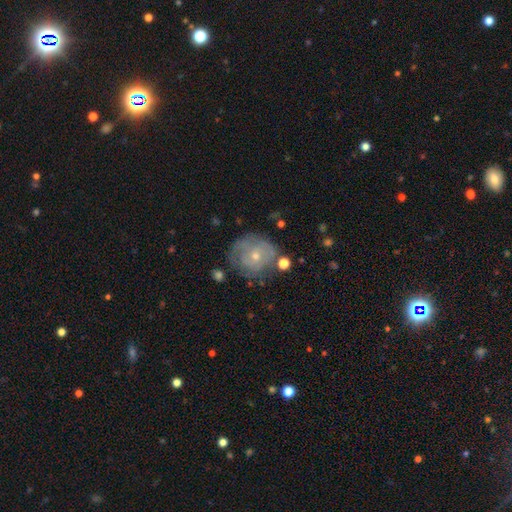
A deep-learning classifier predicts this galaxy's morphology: Q: Smooth or featured?
A: featured or disk (58%); runner-up: smooth (33%)
Q: Edge-on disk?
A: no (97%); runner-up: yes (3%)
Q: Bar?
A: no (81%); runner-up: weak (16%)
Q: Spiral arms?
A: yes (65%); runner-up: no (35%)
Q: Bulge size?
A: small (61%); runner-up: moderate (35%)
Q: Merging?
A: none (63%); runner-up: minor disturbance (22%)